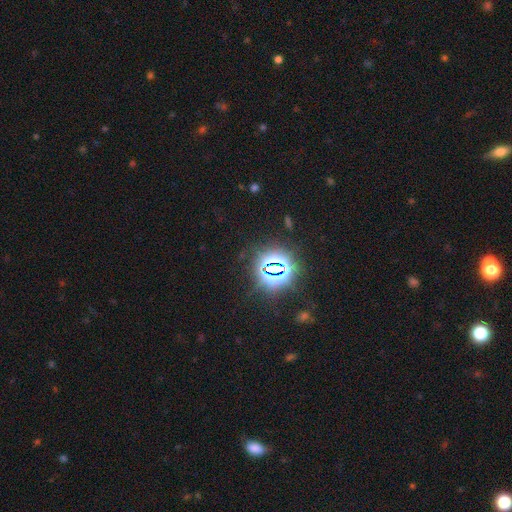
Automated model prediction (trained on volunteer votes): A star or artifact, not a galaxy (74%).